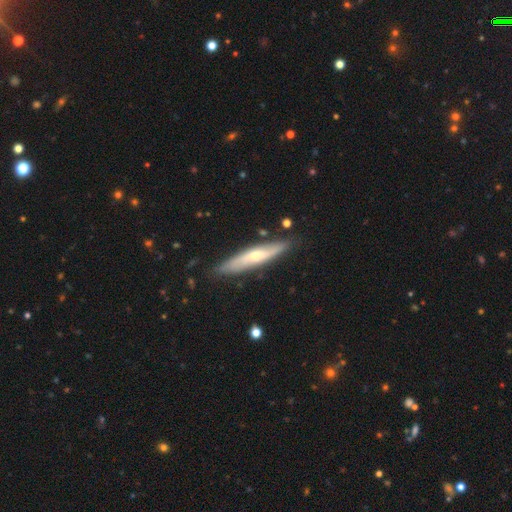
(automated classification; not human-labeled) Morphology: type=featured or disk (54%); edge-on=yes (69%); merging=none (81%).